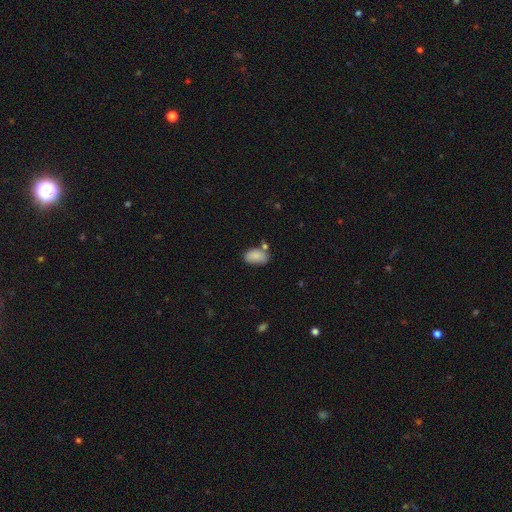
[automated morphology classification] This is clearly a smooth galaxy (86%). How rounded: clearly in between (92%). Merging: likely none (63%).